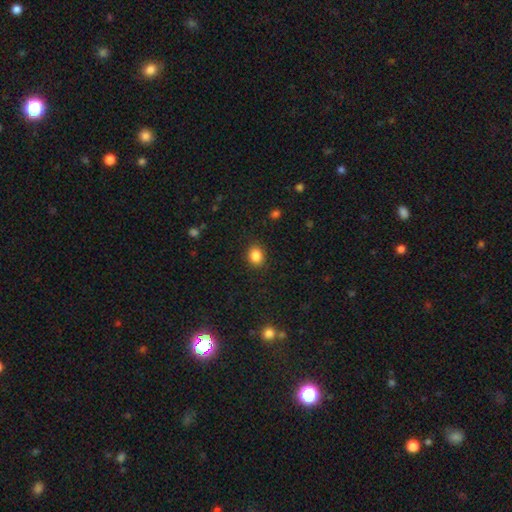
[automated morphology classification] Smooth or featured? Predicted: smooth (p=0.86). How rounded? Predicted: round (p=0.61). Merging? Predicted: none (p=0.89).